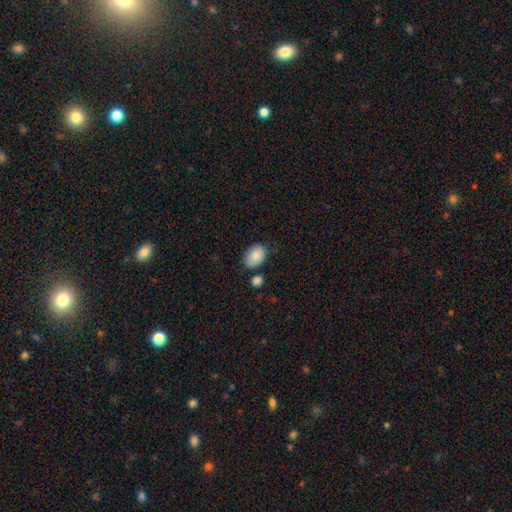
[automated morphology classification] The model was most divided on "merging": none: 67%, minor disturbance: 20%, merger: 8%, major disturbance: 5%. More confident: smooth or featured — smooth (88%); how rounded — in between (85%).